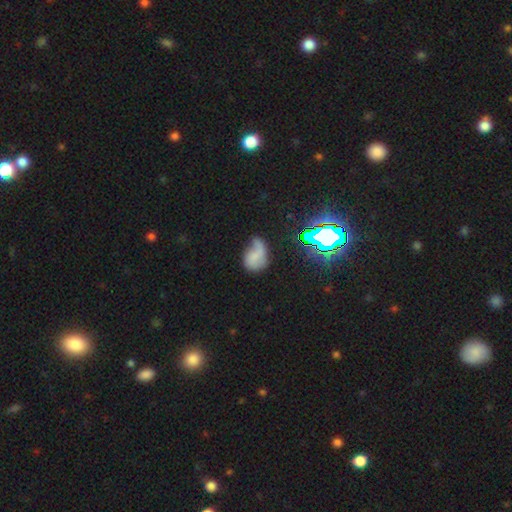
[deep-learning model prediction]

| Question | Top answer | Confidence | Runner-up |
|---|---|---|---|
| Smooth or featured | smooth | 50% | featured or disk (34%) |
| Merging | minor disturbance | 34% | none (32%) |